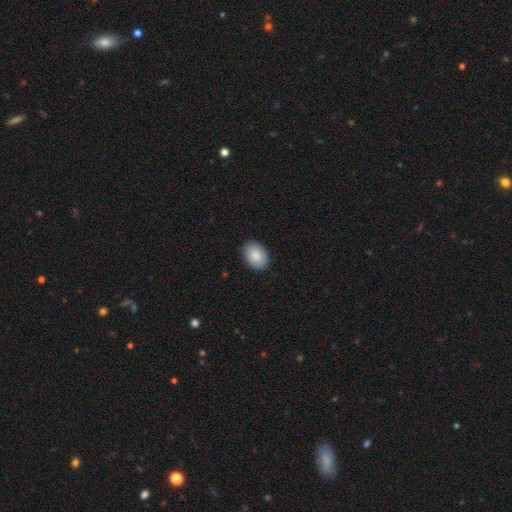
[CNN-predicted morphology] Q: Smooth or featured?
A: smooth (88%); runner-up: star or artifact (6%)
Q: How rounded?
A: in between (80%); runner-up: round (19%)
Q: Merging?
A: none (89%); runner-up: minor disturbance (8%)